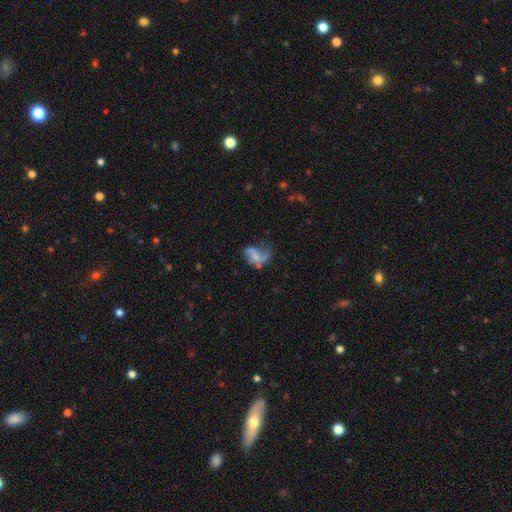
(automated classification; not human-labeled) The model was most divided on "merging": major disturbance: 41%, none: 29%, minor disturbance: 22%, merger: 8%. More confident: edge-on disk — no (97%); spiral arms — yes (65%); bar — no (60%); smooth or featured — featured or disk (54%); bulge size — none (51%).